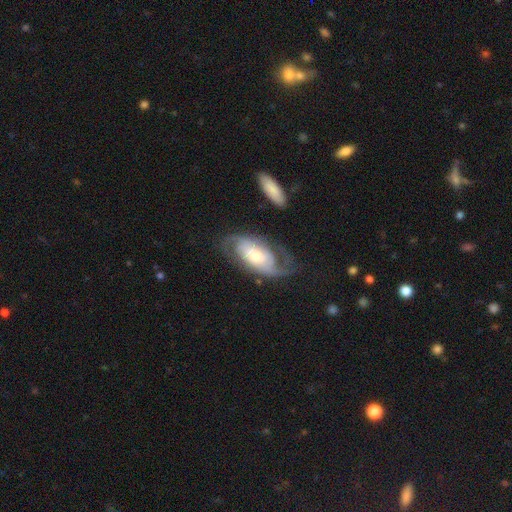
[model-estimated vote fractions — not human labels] Morphology: type=featured or disk (82%); edge-on=no (95%); bar=no (59%); spiral arms=yes (95%); winding=medium (42%); arm count=2 (78%); bulge=moderate (53%); merging=none (63%).